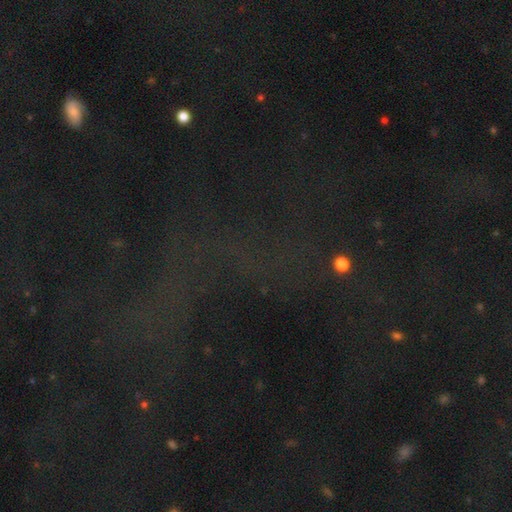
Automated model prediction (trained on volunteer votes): smooth_or_featured: star or artifact (p=0.68) [alt: smooth p=0.19]